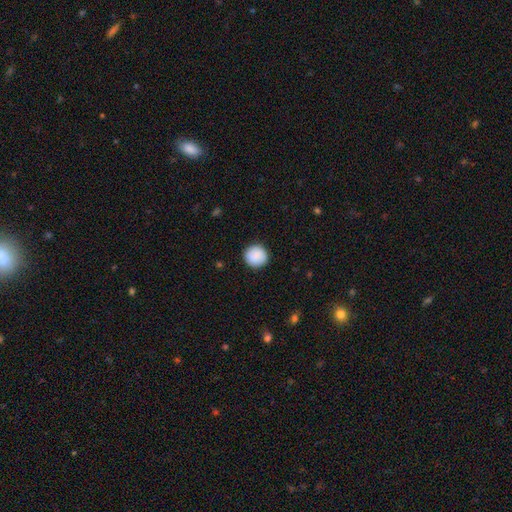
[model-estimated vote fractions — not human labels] smooth_or_featured: smooth (p=0.89) [alt: star or artifact p=0.07]
how_rounded: round (p=0.94) [alt: in between p=0.05]
merging: none (p=0.91) [alt: minor disturbance p=0.06]